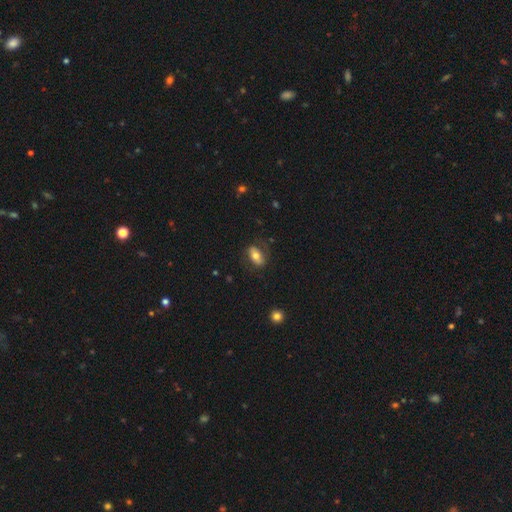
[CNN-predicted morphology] Smooth or featured: smooth — 58% (featured or disk — 34%)
How rounded: in between — 85% (round — 8%)
Merging: none — 71% (minor disturbance — 18%)